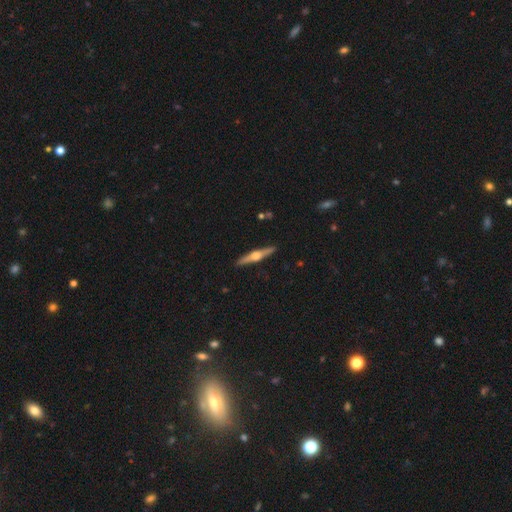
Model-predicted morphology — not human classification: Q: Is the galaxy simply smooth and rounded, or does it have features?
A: featured or disk — 76%.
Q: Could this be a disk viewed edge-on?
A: yes — 98%.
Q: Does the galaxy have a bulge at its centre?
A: rounded — 94%.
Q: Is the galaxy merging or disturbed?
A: none — 91%.